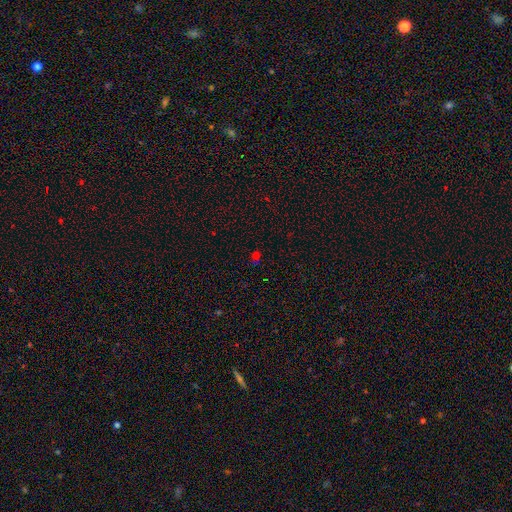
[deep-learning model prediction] smooth-or-featured: smooth: 49% | star or artifact: 44% | featured or disk: 7%
  merging: none: 69% | minor disturbance: 15% | merger: 8% | major disturbance: 7%